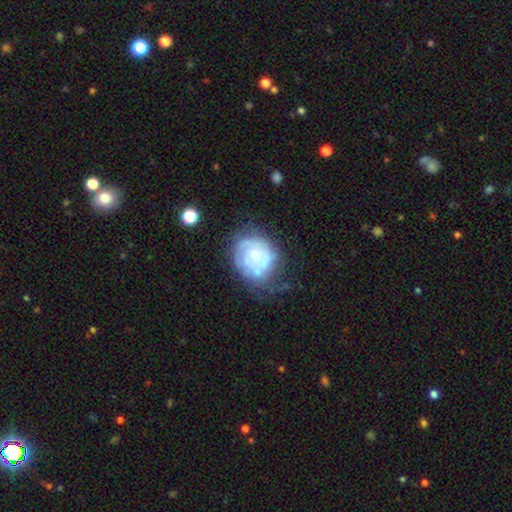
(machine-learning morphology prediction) smooth-or-featured: featured or disk: 65% | smooth: 27% | star or artifact: 8%
  disk-edge-on: no: 98% | yes: 2%
    bar: no: 80% | weak: 17% | strong: 3%
    has-spiral-arms: yes: 70% | no: 30%
    bulge-size: small: 59% | moderate: 29% | none: 8% | large: 3% | dominant: 1%
  merging: none: 48% | minor disturbance: 29% | major disturbance: 18% | merger: 5%